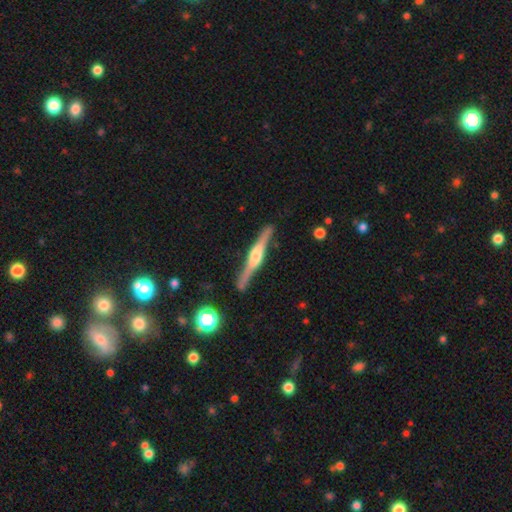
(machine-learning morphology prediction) Smooth or featured: featured or disk — 81% (smooth — 14%)
Edge-on disk: yes — 98% (no — 2%)
Edge-on bulge: rounded — 79% (boxy — 17%)
Merging: none — 85% (minor disturbance — 10%)